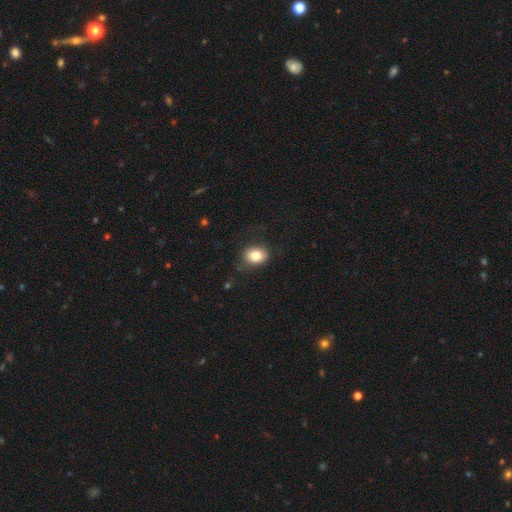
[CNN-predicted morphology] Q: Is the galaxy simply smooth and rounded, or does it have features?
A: smooth — 82%.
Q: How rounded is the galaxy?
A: in between — 55%.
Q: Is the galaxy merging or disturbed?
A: none — 81%.